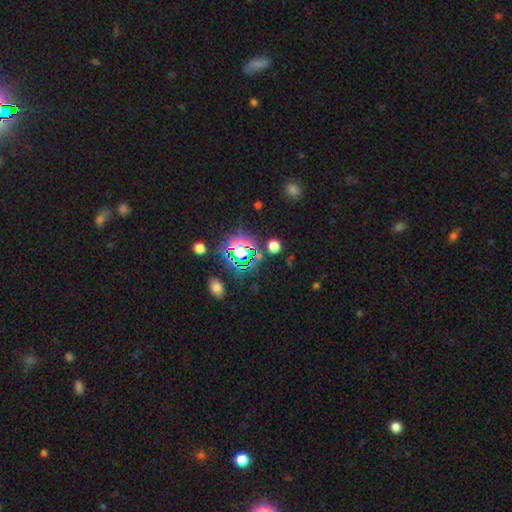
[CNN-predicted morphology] smooth_or_featured: star or artifact (p=0.75) [alt: smooth p=0.16]